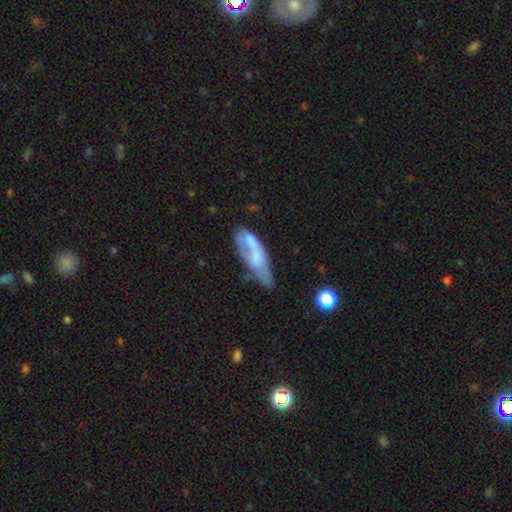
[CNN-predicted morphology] Q: Smooth or featured?
A: smooth (47%); runner-up: featured or disk (45%)
Q: Merging?
A: none (32%); runner-up: minor disturbance (29%)